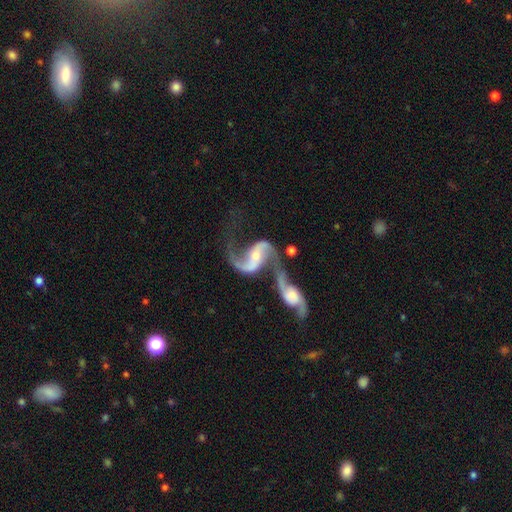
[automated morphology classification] Smooth or featured: featured or disk — 90% (smooth — 6%)
Edge-on disk: no — 97% (yes — 3%)
Bar: weak — 38% (no — 33%)
Spiral arms: yes — 96% (no — 4%)
Spiral winding: loose — 74% (medium — 21%)
Spiral arm count: 2 — 91% (1 — 3%)
Bulge size: moderate — 47% (small — 45%)
Merging: merger — 66% (none — 19%)